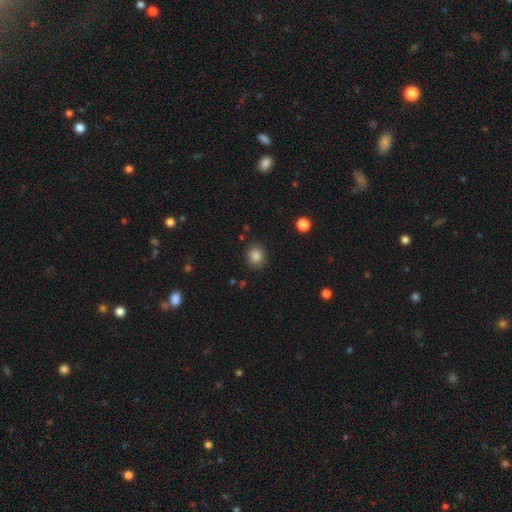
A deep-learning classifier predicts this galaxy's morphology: smooth 85%, star or artifact 11%, featured or disk 4%. Down the decision tree: how rounded — round (78%); merging — none (87%).